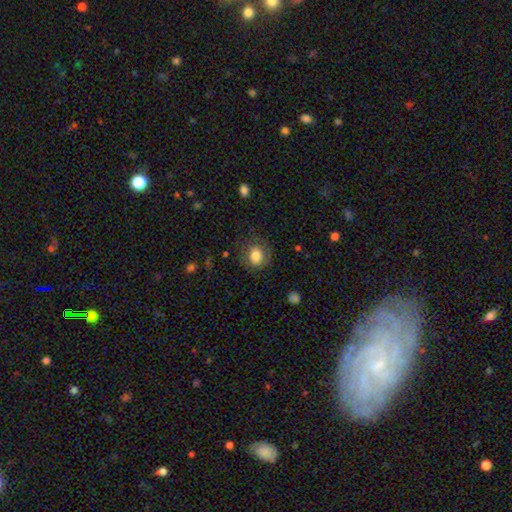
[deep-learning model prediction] This appears to be a smooth galaxy with no disk features (79%) that is round (68%). Merging: none (74%).